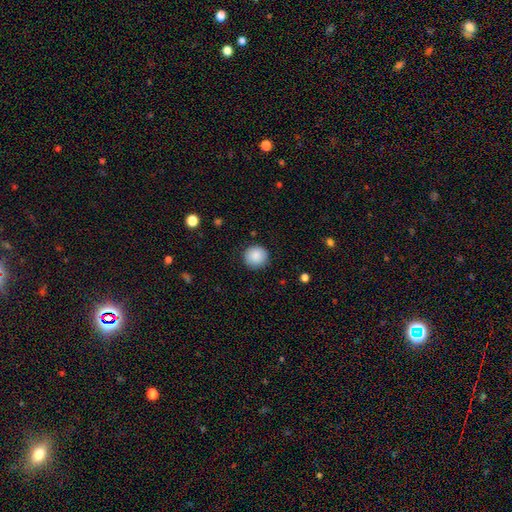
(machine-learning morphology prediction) This appears to be a smooth galaxy with no disk features (88%) that is round (93%). Merging: none (89%).